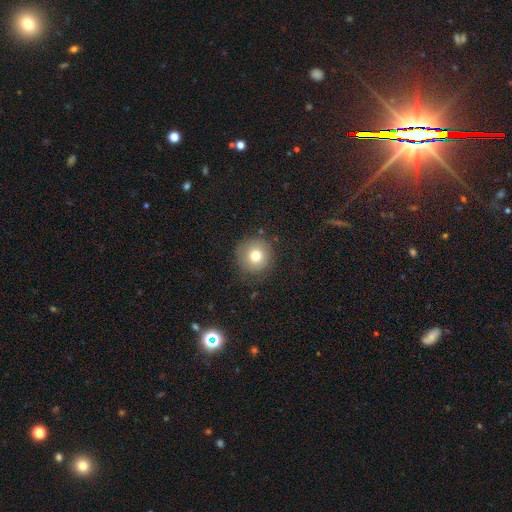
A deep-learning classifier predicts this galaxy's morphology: Smooth or featured? Predicted: smooth (p=0.76). How rounded? Predicted: round (p=0.94). Merging? Predicted: none (p=0.83).